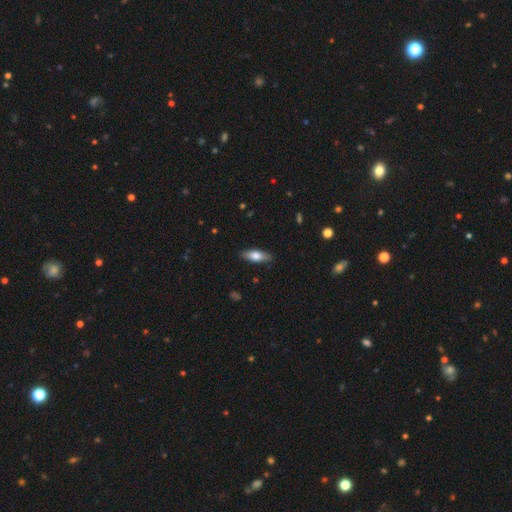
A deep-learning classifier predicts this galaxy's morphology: This appears to be a smooth galaxy with no disk features (69%) that is in between round and cigar-shaped (68%). Merging: none (86%).